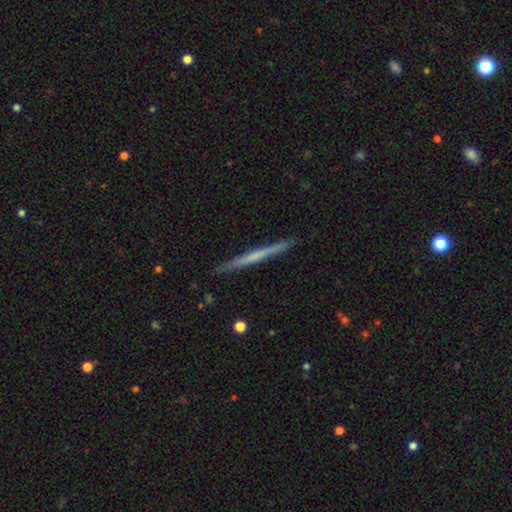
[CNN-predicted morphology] A featured or disk galaxy (53%) viewed edge-on (98%) with no central bulge (86%).

Vote fractions:
- Smooth or featured? featured or disk: 53% / smooth: 42% / star or artifact: 5%
- Edge-on disk? yes: 98% / no: 2%
- Edge-on bulge? none: 86% / rounded: 9% / boxy: 5%
- Merging? none: 91% / minor disturbance: 6% / major disturbance: 1% / merger: 1%